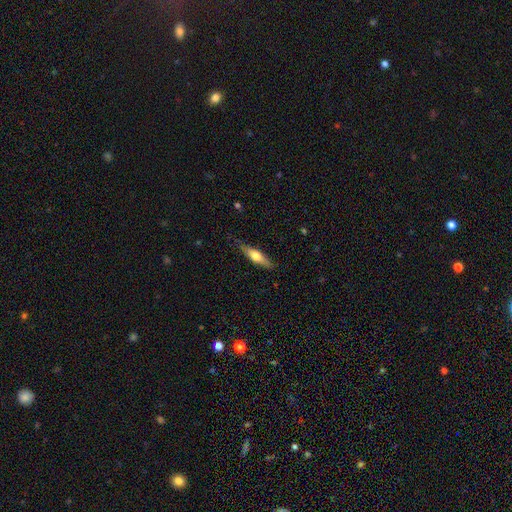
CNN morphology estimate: Q: Smooth or featured?
A: smooth (49%); runner-up: featured or disk (45%)
Q: Merging?
A: none (80%); runner-up: minor disturbance (16%)